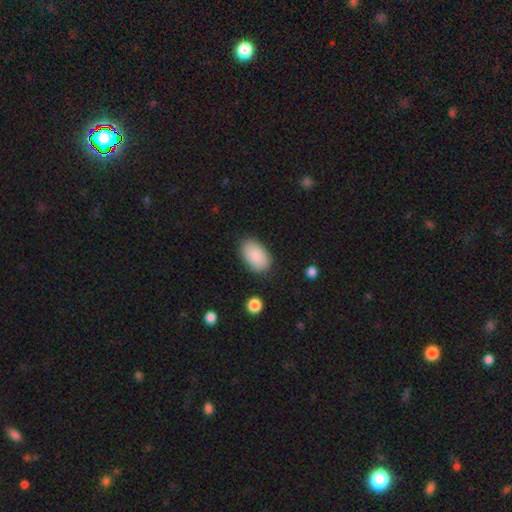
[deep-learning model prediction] Smooth or featured?
  - smooth: 88% *
  - star or artifact: 6%
  - featured or disk: 6%
How rounded?
  - in between: 93% *
  - round: 6%
  - cigar-shaped: 1%
Merging?
  - none: 85% *
  - minor disturbance: 11%
  - major disturbance: 3%
  - merger: 1%